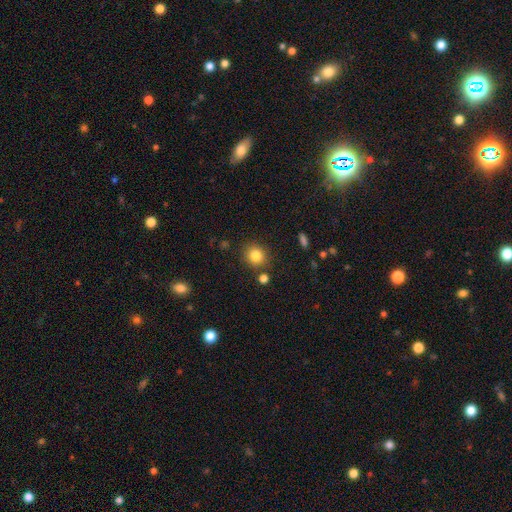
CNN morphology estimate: A smooth galaxy with no disk features (83%) that is round (85%).

Vote fractions:
- Smooth or featured? smooth: 83% / star or artifact: 11% / featured or disk: 6%
- How rounded? round: 85% / in between: 14% / cigar-shaped: 1%
- Merging? none: 83% / minor disturbance: 9% / merger: 5% / major disturbance: 3%